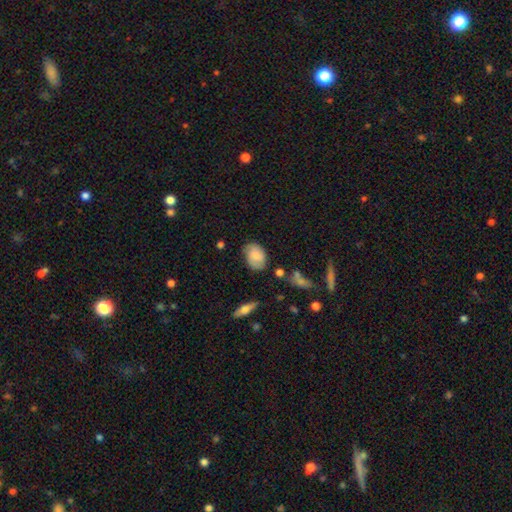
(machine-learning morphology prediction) Overall: smooth (67%). How rounded: in between (80%). Merging: none (68%).